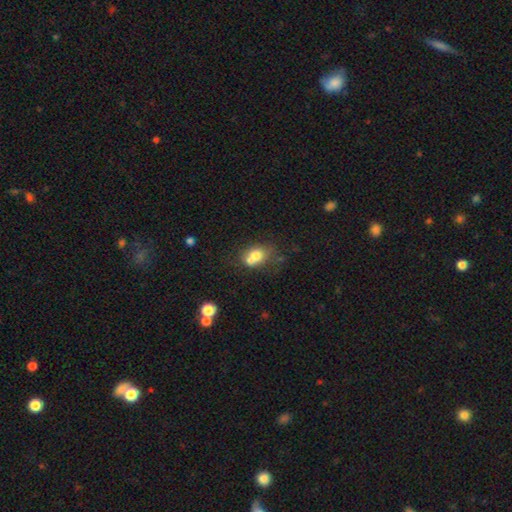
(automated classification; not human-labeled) Smooth or featured? Predicted: smooth (p=0.69). How rounded? Predicted: round (p=0.53). Merging? Predicted: merger (p=0.49).